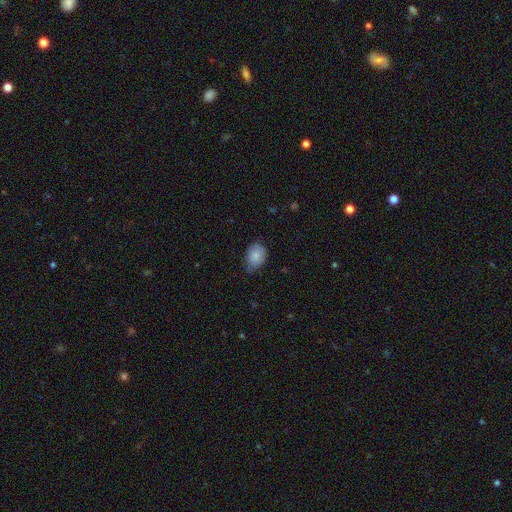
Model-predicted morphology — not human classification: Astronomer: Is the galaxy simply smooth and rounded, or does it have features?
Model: smooth — 85%.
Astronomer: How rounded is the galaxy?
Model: in between — 76%.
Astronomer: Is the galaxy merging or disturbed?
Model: none — 57% (runner-up: minor disturbance, 36%).